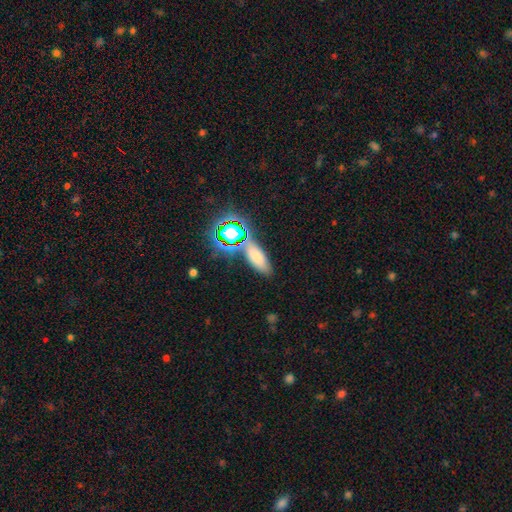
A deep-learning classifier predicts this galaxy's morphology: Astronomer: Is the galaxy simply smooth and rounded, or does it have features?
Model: smooth — 68%.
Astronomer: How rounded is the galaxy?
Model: in between — 65%.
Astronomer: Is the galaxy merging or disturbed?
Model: none — 74%.